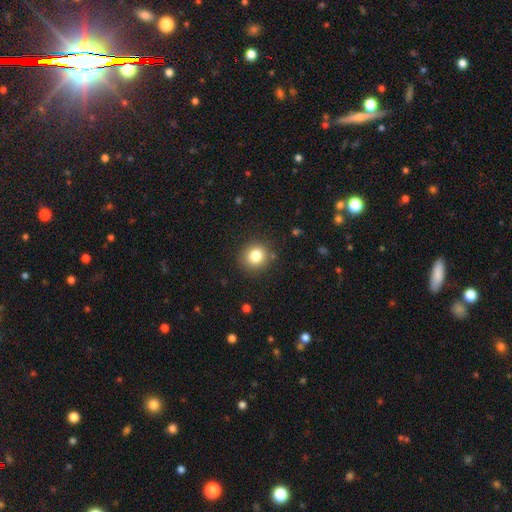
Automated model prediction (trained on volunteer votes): Smooth or featured? smooth (81%)
How rounded? round (87%)
Merging? none (87%)